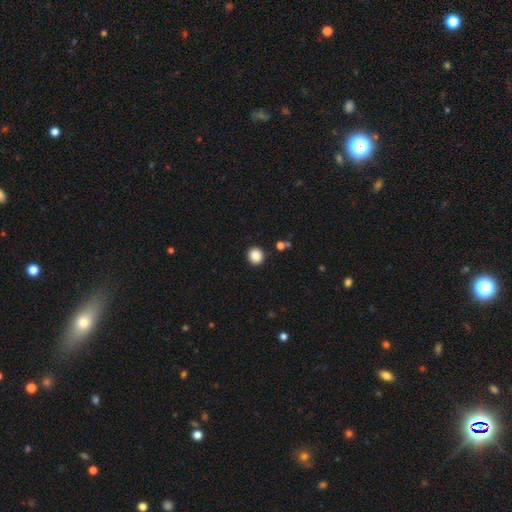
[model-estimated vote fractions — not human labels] The model was most divided on "how rounded": round: 86%, in between: 13%, cigar-shaped: 1%. More confident: merging — none (91%); smooth or featured — smooth (87%).